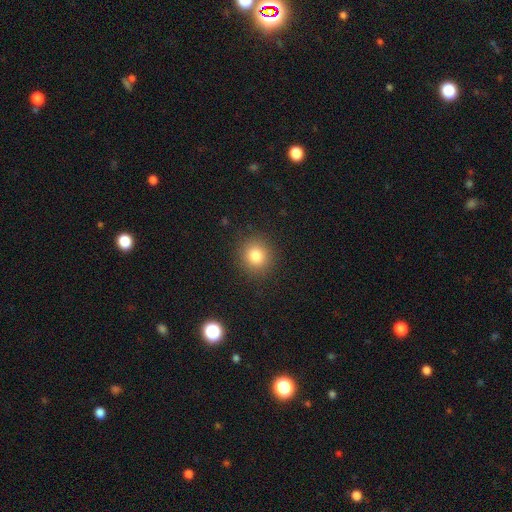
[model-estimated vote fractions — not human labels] Overall: smooth (81%). How rounded: round (87%). Merging: none (90%).